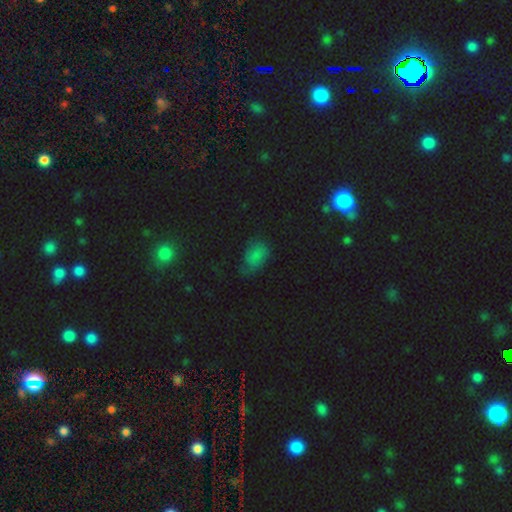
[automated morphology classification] type=smooth (68%); roundness=in between (84%); merging=none (47%).